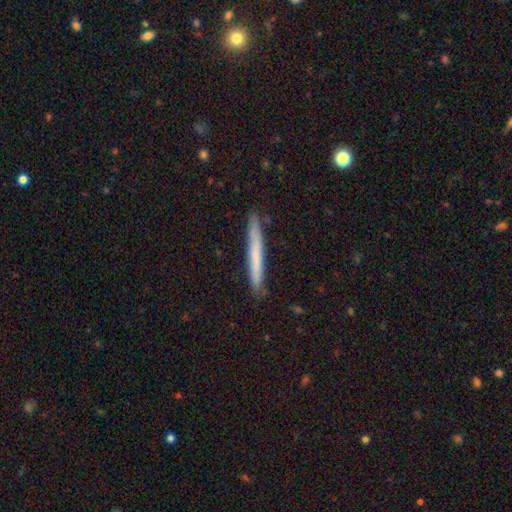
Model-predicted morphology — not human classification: smooth 63%, featured or disk 32%, star or artifact 6%. Down the decision tree: how rounded — cigar-shaped (97%); merging — none (89%).